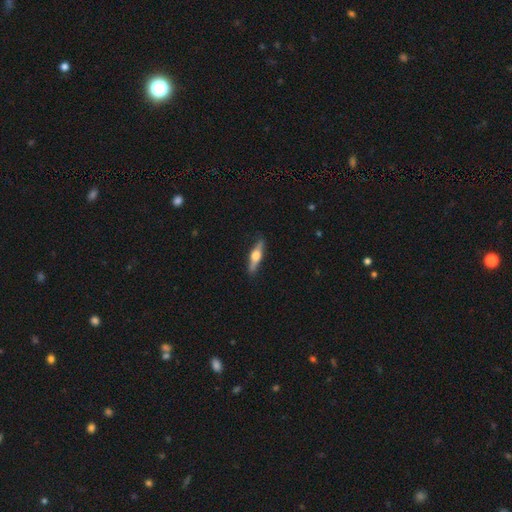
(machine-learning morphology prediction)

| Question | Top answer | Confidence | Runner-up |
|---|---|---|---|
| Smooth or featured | featured or disk | 68% | smooth (27%) |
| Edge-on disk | yes | 96% | no (4%) |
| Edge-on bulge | rounded | 95% | boxy (4%) |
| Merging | none | 88% | minor disturbance (9%) |